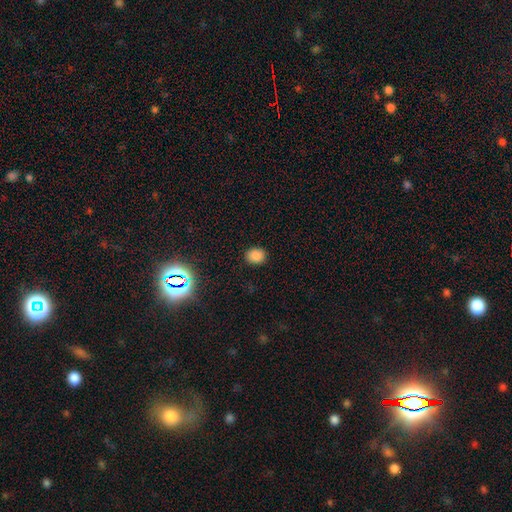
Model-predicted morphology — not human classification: Smooth or featured?
  - smooth: 82% *
  - star or artifact: 14%
  - featured or disk: 4%
How rounded?
  - round: 63% *
  - in between: 36%
  - cigar-shaped: 1%
Merging?
  - none: 89% *
  - minor disturbance: 7%
  - major disturbance: 2%
  - merger: 1%